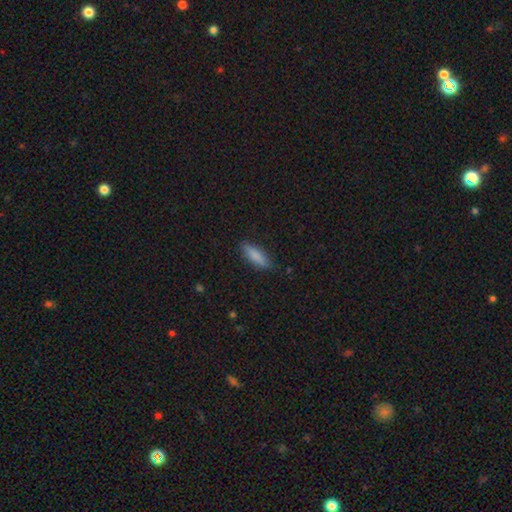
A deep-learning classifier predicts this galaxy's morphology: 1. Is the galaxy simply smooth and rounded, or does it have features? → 84% smooth, 10% featured or disk, 6% star or artifact.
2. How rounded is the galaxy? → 51% cigar-shaped, 47% in between, 2% round.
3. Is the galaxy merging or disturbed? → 84% none, 13% minor disturbance, 2% major disturbance, 1% merger.